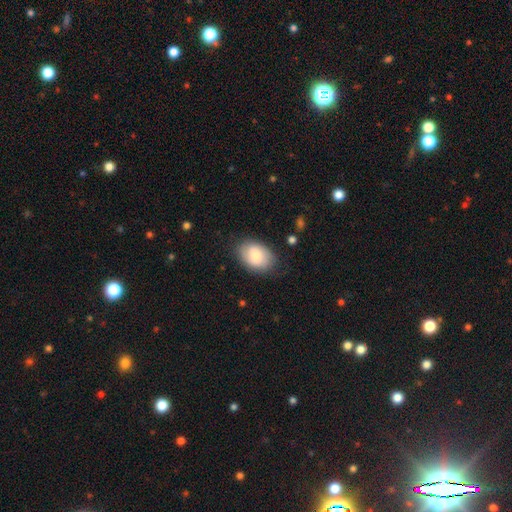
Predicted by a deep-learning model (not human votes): smooth-or-featured: smooth: 78% | featured or disk: 16% | star or artifact: 6%
  how-rounded: in between: 84% | round: 14% | cigar-shaped: 1%
  merging: none: 79% | minor disturbance: 16% | major disturbance: 4% | merger: 1%